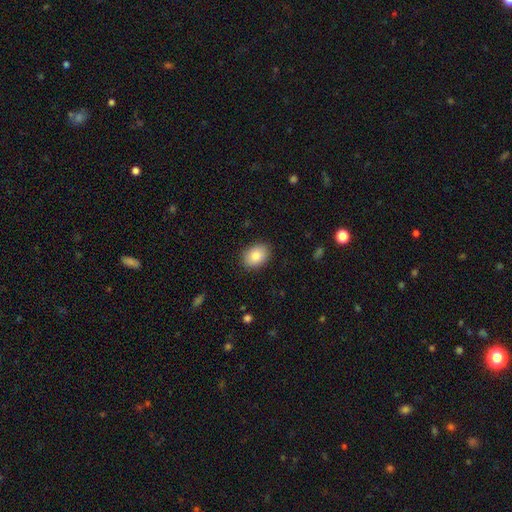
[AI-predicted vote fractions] Smooth or featured: smooth — 85% (star or artifact — 7%)
How rounded: in between — 74% (round — 25%)
Merging: none — 87% (minor disturbance — 10%)